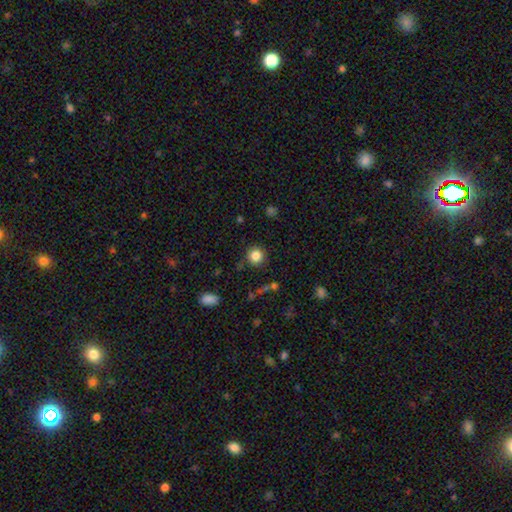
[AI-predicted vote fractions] Smooth or featured: smooth — 84% (star or artifact — 11%)
How rounded: round — 94% (in between — 6%)
Merging: none — 87% (minor disturbance — 8%)